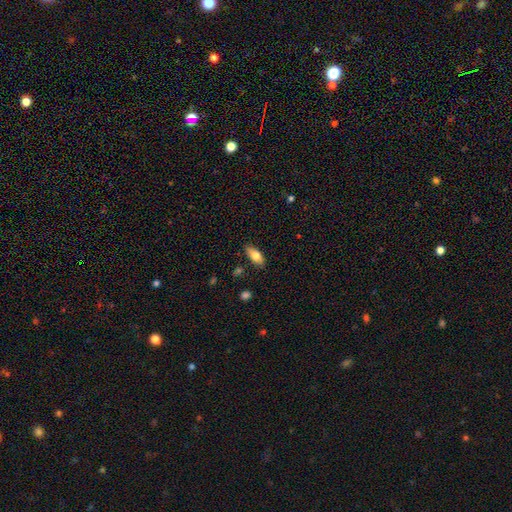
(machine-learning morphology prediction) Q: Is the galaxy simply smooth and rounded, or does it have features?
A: smooth — 73%.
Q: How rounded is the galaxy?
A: in between — 81%.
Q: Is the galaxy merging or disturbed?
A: none — 83%.